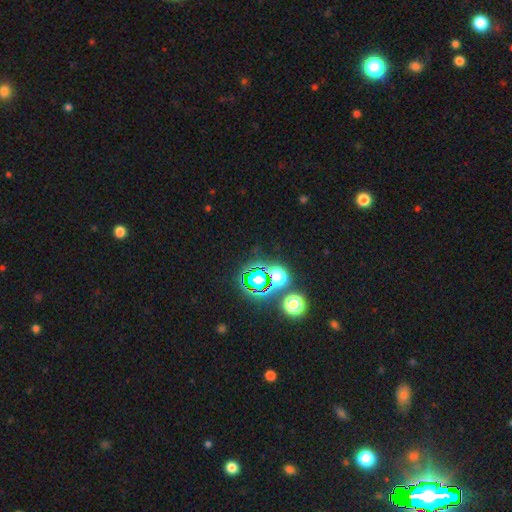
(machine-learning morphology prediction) Overall: star or artifact (75%).